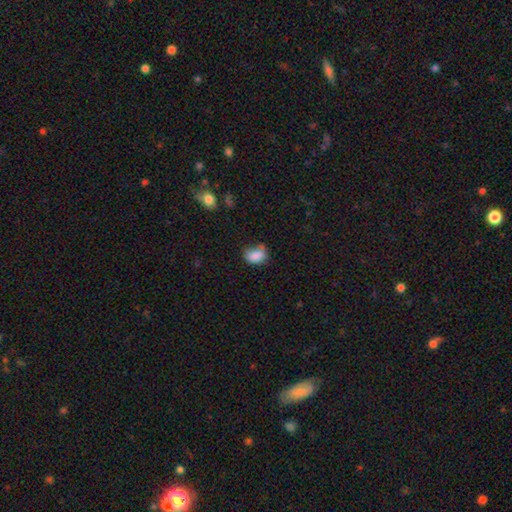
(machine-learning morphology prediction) This is clearly a smooth galaxy (84%). How rounded: likely in between (77%). Merging: possibly none (48%).